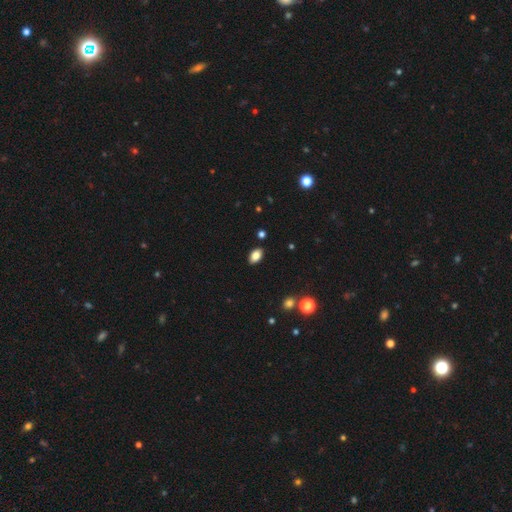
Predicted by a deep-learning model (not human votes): Smooth or featured? smooth (84%)
How rounded? in between (91%)
Merging? none (88%)